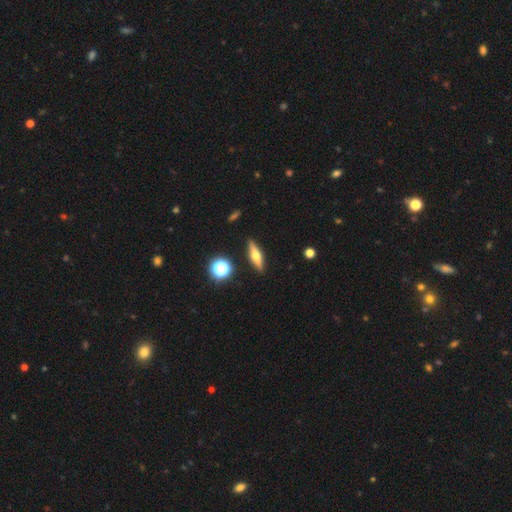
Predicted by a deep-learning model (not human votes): A featured or disk galaxy (51%) viewed edge-on (92%).

Vote fractions:
- Smooth or featured? featured or disk: 51% / smooth: 40% / star or artifact: 9%
- Edge-on disk? yes: 92% / no: 8%
- Merging? none: 89% / minor disturbance: 7% / major disturbance: 2% / merger: 2%